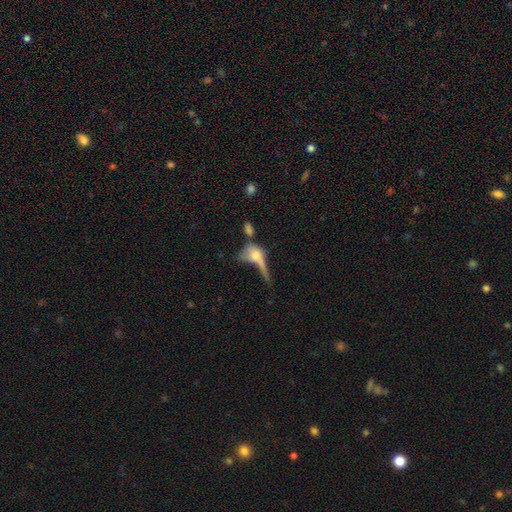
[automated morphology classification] Smooth or featured?
  - smooth: 55% *
  - featured or disk: 35%
  - star or artifact: 10%
How rounded?
  - in between: 58% *
  - round: 25%
  - cigar-shaped: 17%
Merging?
  - major disturbance: 34% *
  - merger: 32%
  - none: 21%
  - minor disturbance: 13%